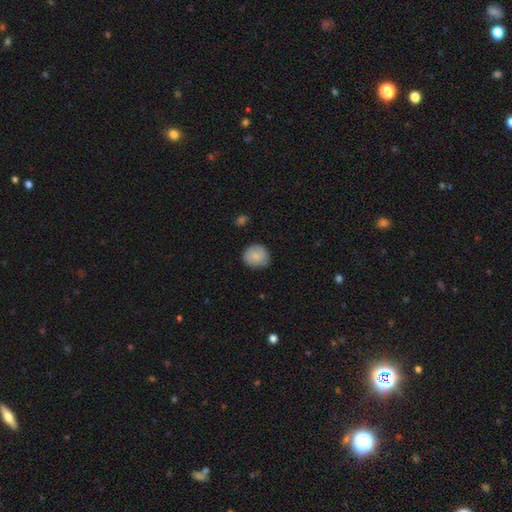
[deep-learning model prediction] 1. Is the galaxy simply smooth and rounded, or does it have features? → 84% smooth, 9% featured or disk, 7% star or artifact.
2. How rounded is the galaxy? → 86% round, 13% in between, 1% cigar-shaped.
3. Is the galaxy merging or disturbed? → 80% none, 16% minor disturbance, 3% major disturbance, 1% merger.